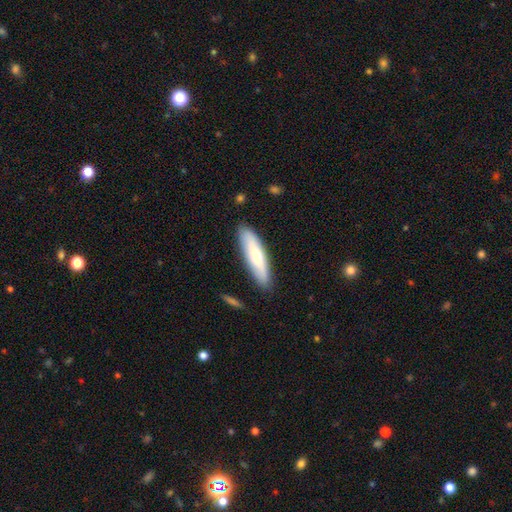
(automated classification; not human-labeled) Smooth or featured: smooth — 63% (featured or disk — 31%)
How rounded: cigar-shaped — 68% (in between — 30%)
Merging: none — 87% (minor disturbance — 10%)